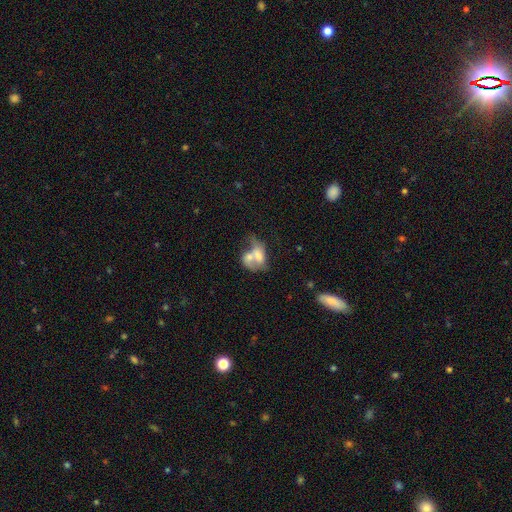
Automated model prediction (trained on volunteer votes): This appears to be a smooth galaxy with no disk features (53%) that is in between round and cigar-shaped (74%). Merging: merger (74%).